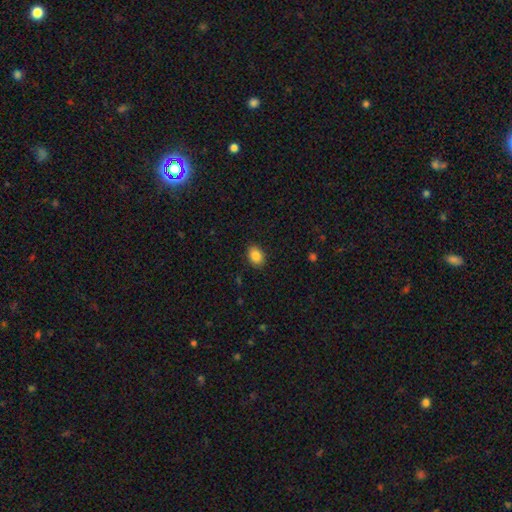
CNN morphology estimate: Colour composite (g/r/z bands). It shows a smooth galaxy with no disk features (87%) that is in between round and cigar-shaped (72%). Merging: none (88%).